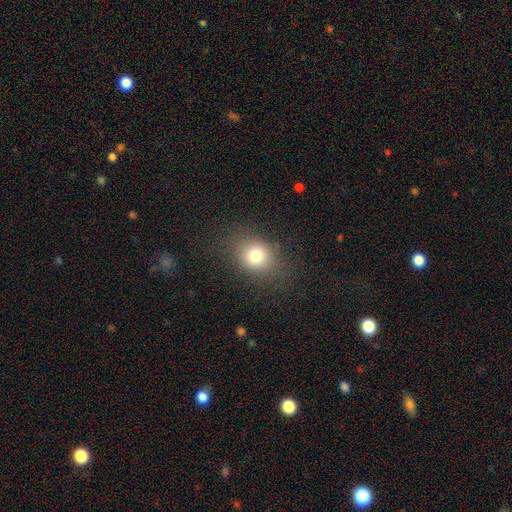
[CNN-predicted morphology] Smooth or featured? smooth (77%)
How rounded? round (59%)
Merging? none (82%)